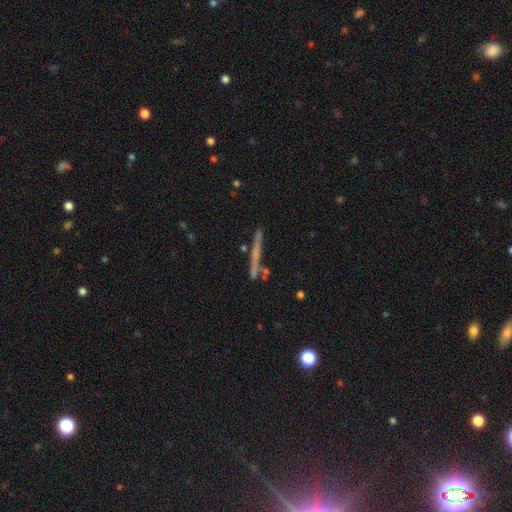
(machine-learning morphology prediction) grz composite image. It shows a featured or disk galaxy (50%) viewed edge-on (95%). Merging: none (82%).